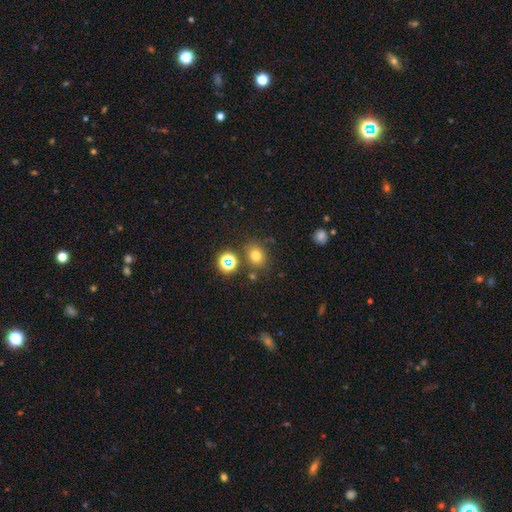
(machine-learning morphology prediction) smooth_or_featured: smooth (p=0.74) [alt: star or artifact p=0.19]
how_rounded: round (p=0.61) [alt: in between p=0.38]
merging: none (p=0.75) [alt: minor disturbance p=0.12]